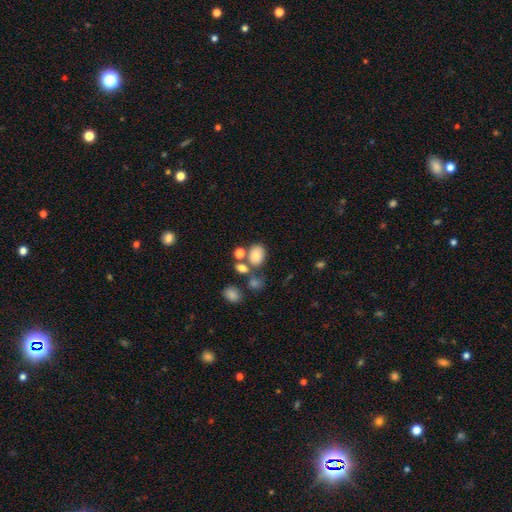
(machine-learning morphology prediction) smooth-or-featured: smooth: 80% | star or artifact: 11% | featured or disk: 9%
  how-rounded: in between: 65% | round: 34% | cigar-shaped: 1%
  merging: none: 55% | merger: 25% | minor disturbance: 13% | major disturbance: 6%